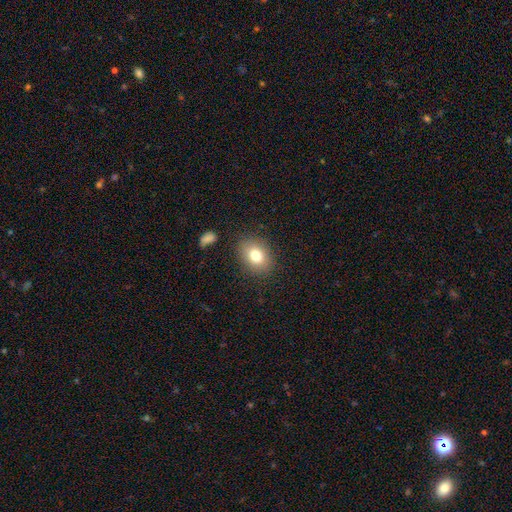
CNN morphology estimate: smooth_or_featured: smooth (p=0.78) [alt: featured or disk p=0.12]
how_rounded: in between (p=0.60) [alt: round p=0.39]
merging: none (p=0.84) [alt: minor disturbance p=0.10]